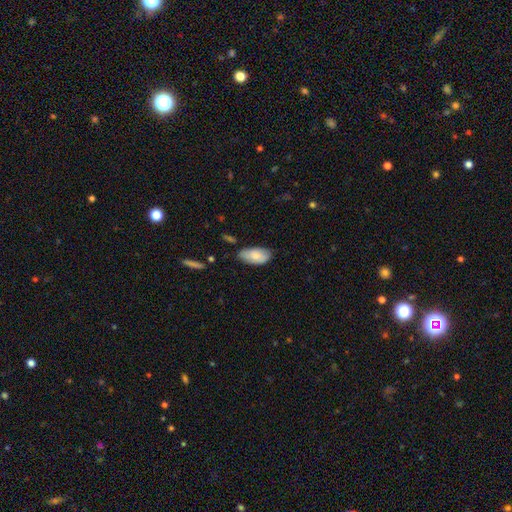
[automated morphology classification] This is likely a smooth galaxy (79%). How rounded: clearly in between (94%). Merging: likely none (65%).